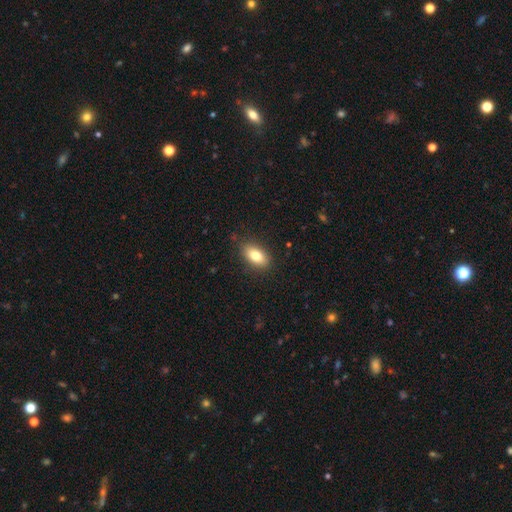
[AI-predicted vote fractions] Overall: smooth (79%). How rounded: in between (89%). Merging: none (86%).